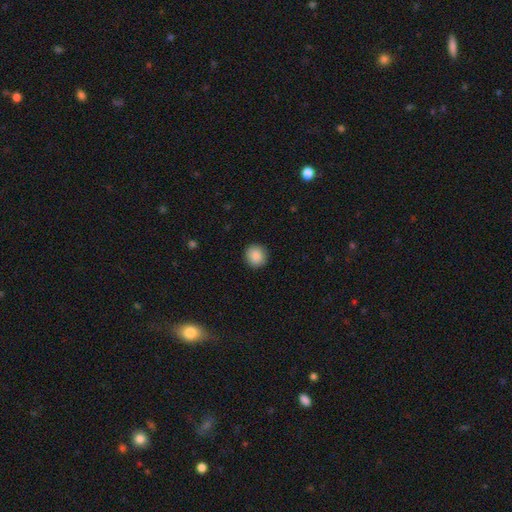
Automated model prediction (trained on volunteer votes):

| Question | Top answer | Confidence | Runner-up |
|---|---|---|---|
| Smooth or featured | smooth | 88% | star or artifact (8%) |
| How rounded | round | 93% | in between (6%) |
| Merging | none | 92% | minor disturbance (6%) |